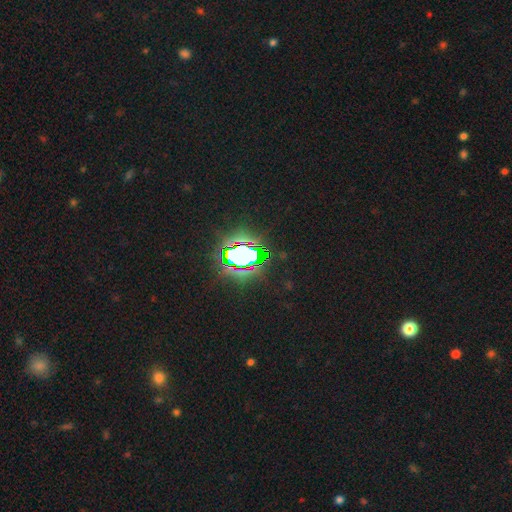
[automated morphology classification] This is likely a star or artifact rather than a galaxy (76%).